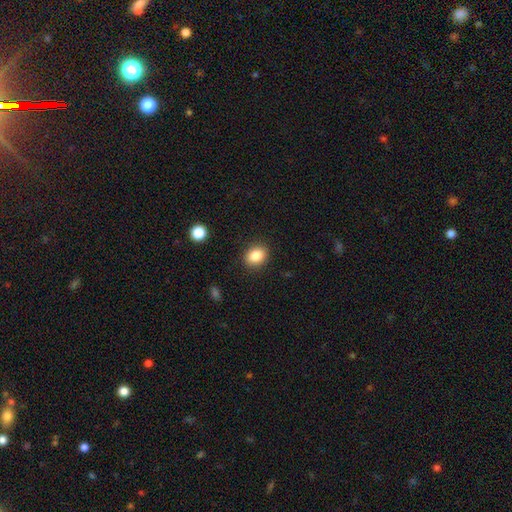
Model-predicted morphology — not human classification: This is clearly a smooth galaxy (85%). How rounded: possibly in between (53%). Merging: clearly none (88%).